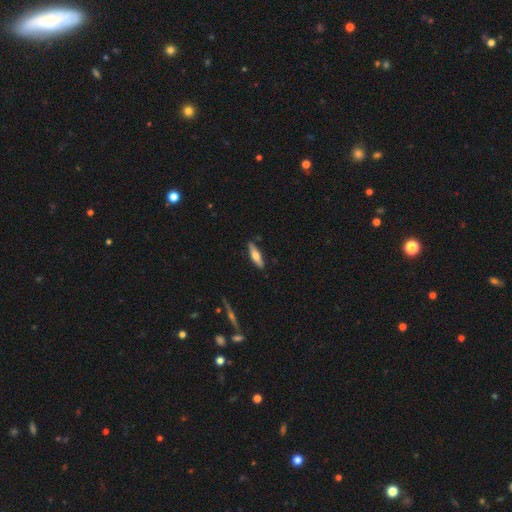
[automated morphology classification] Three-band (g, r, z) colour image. It shows a smooth galaxy with no disk features (56%) that is cigar-shaped (64%). Merging: none (87%).